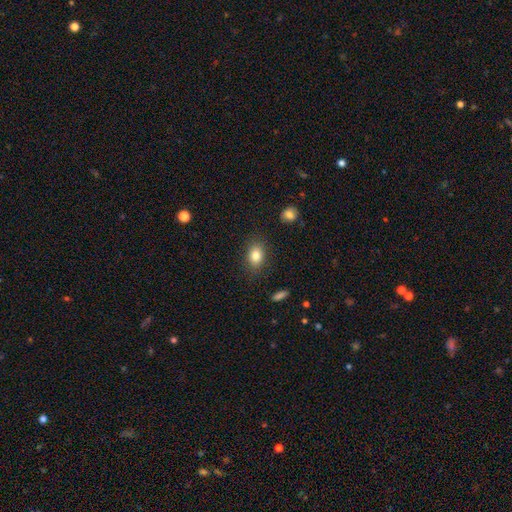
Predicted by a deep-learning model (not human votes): smooth 83%, star or artifact 9%, featured or disk 8%. Down the decision tree: how rounded — in between (75%); merging — none (84%).